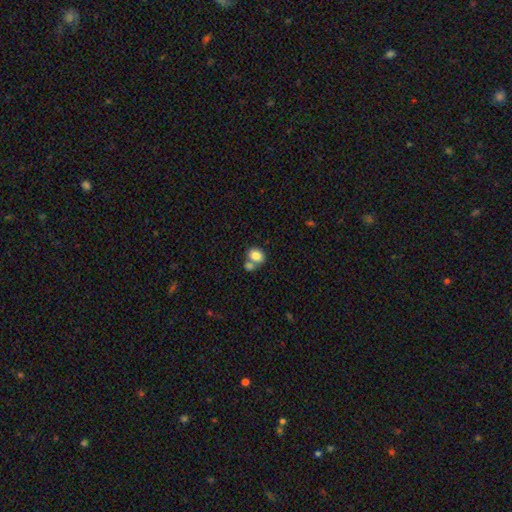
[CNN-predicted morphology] Smooth or featured? Predicted: smooth (p=0.82). How rounded? Predicted: in between (p=0.54). Merging? Predicted: none (p=0.43, tied with merger).